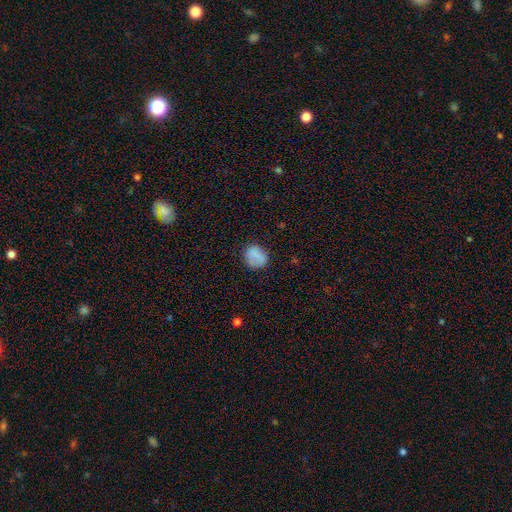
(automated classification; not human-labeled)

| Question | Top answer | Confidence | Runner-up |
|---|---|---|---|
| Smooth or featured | smooth | 81% | featured or disk (10%) |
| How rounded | round | 74% | in between (25%) |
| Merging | none | 78% | minor disturbance (15%) |